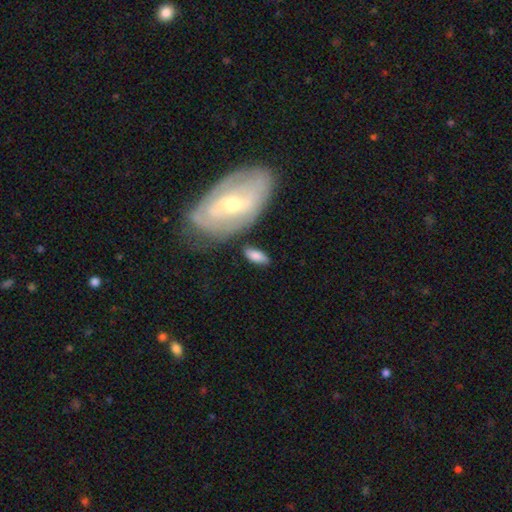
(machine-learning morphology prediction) The model was most divided on "smooth or featured": smooth: 77%, featured or disk: 17%, star or artifact: 6%. More confident: how rounded — in between (81%); merging — none (76%).